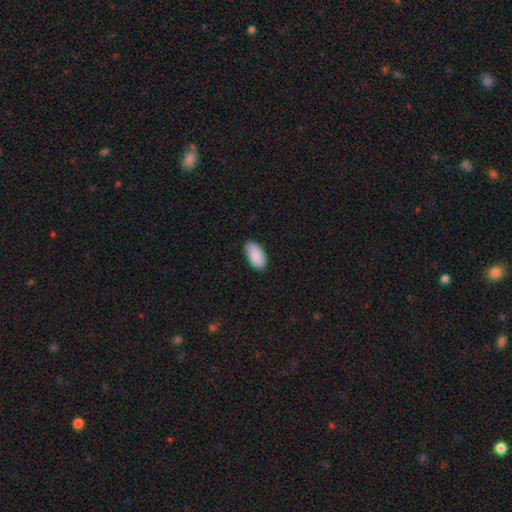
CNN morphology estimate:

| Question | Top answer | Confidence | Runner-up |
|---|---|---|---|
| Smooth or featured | smooth | 87% | featured or disk (7%) |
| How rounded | in between | 95% | cigar-shaped (3%) |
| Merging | none | 78% | minor disturbance (18%) |